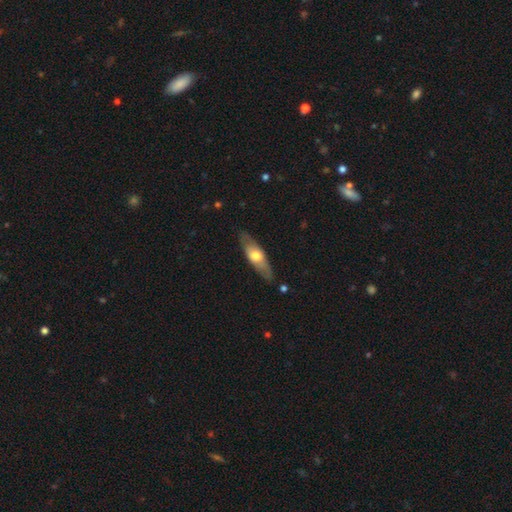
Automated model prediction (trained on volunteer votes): The model was most divided on "smooth or featured": smooth: 48%, featured or disk: 47%, star or artifact: 5%. More confident: merging — none (82%).